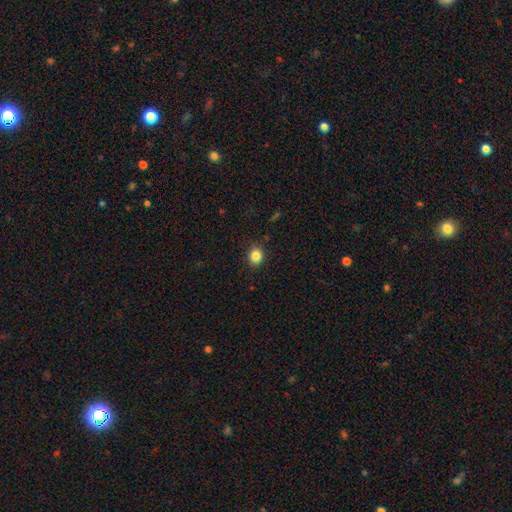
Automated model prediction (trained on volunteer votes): This appears to be a smooth galaxy with no disk features (84%) that is round (76%). Merging: none (87%).